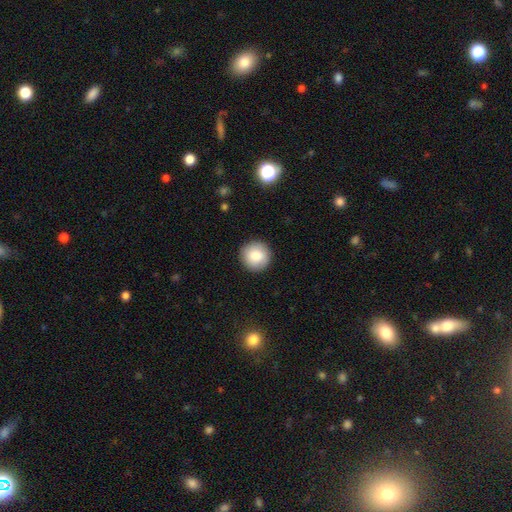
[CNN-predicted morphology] The model was most divided on "smooth or featured": smooth: 84%, featured or disk: 8%, star or artifact: 8%. More confident: how rounded — round (96%); merging — none (92%).